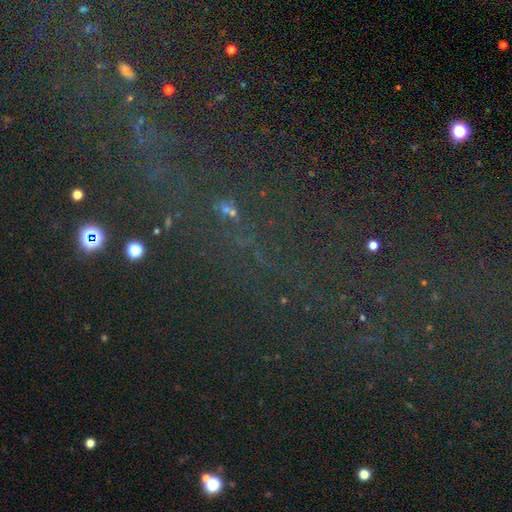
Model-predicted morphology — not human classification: smooth-or-featured: star or artifact: 77% | smooth: 14% | featured or disk: 9%